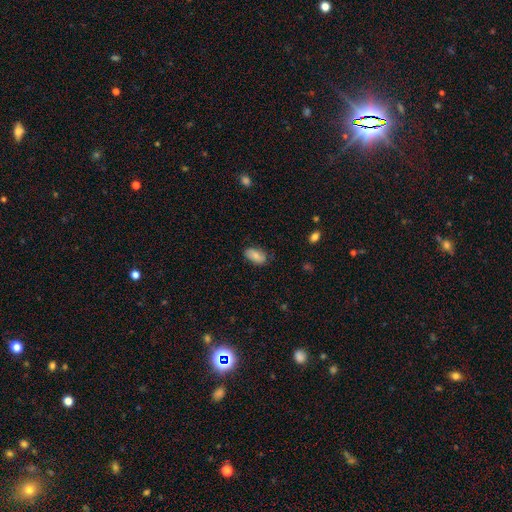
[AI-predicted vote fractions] This is likely a smooth galaxy (79%). How rounded: clearly in between (93%). Merging: likely none (74%).